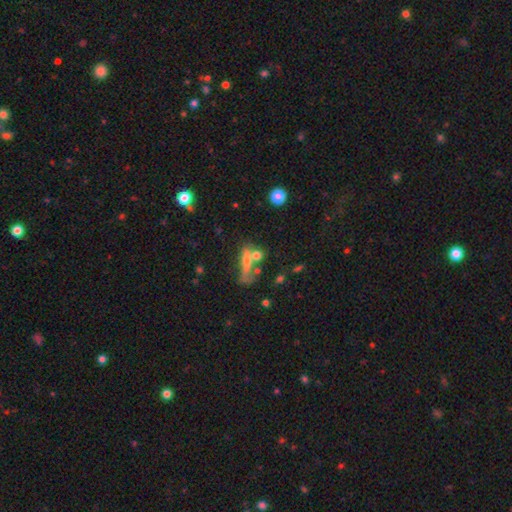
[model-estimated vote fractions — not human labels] Overall: smooth (57%; featured or disk 29%). How rounded: cigar-shaped (46%; in between 34%). Merging: none (39%; merger 32%).